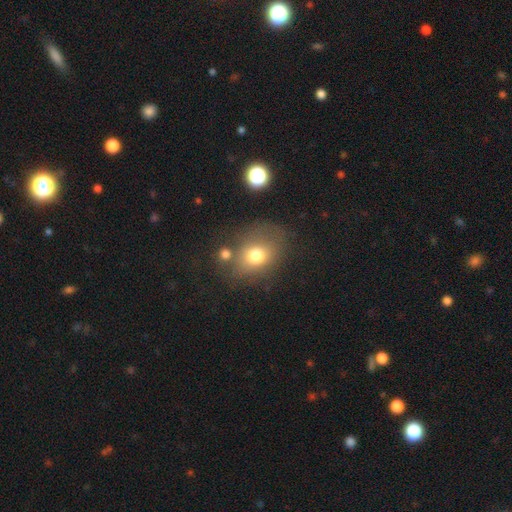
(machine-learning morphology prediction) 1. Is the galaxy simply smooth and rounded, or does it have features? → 73% smooth, 14% featured or disk, 13% star or artifact.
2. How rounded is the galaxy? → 52% in between, 47% round, 1% cigar-shaped.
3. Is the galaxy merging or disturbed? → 58% none, 18% minor disturbance, 13% merger, 11% major disturbance.